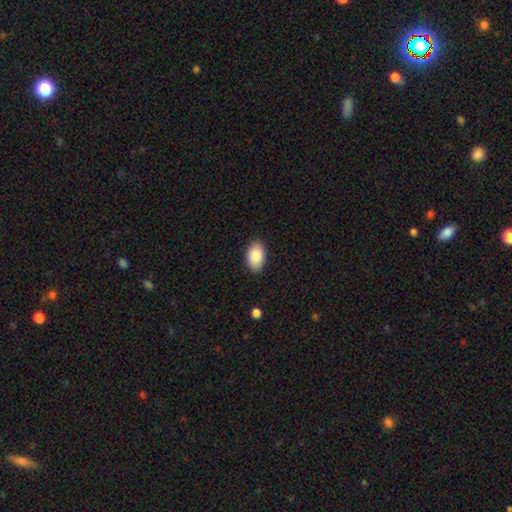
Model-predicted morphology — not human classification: Smooth or featured? smooth (87%)
How rounded? in between (93%)
Merging? none (87%)